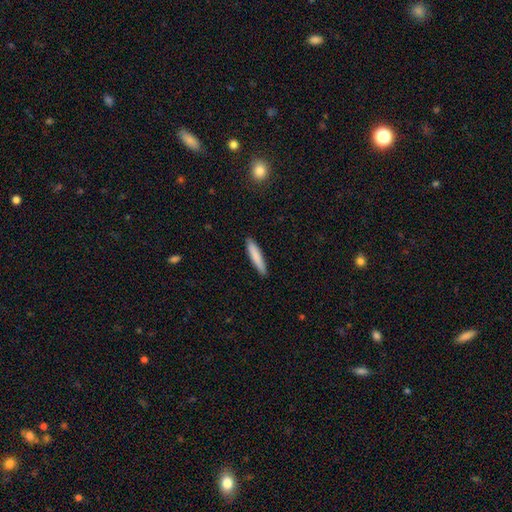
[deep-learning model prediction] Smooth or featured? Predicted: smooth (p=0.83). How rounded? Predicted: cigar-shaped (p=0.90). Merging? Predicted: none (p=0.90).